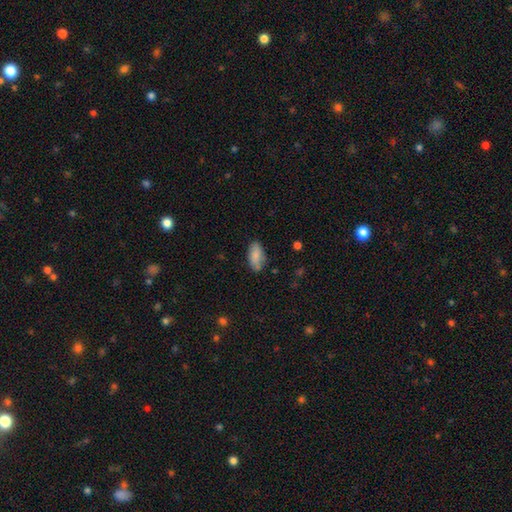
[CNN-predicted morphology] This appears to be a smooth galaxy with no disk features (82%) that is in between round and cigar-shaped (91%). Merging: none (74%).